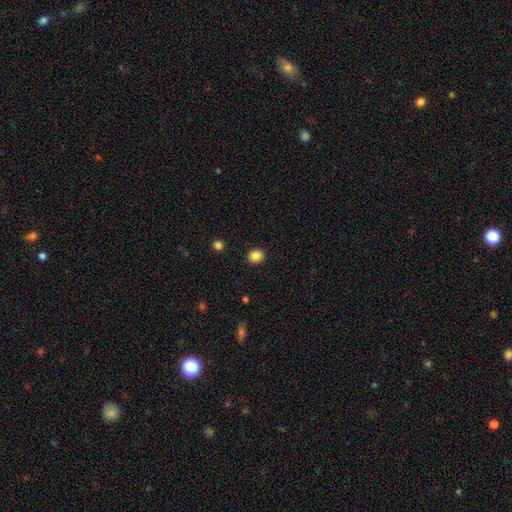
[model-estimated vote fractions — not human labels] Q: Smooth or featured?
A: smooth (86%); runner-up: star or artifact (10%)
Q: How rounded?
A: round (75%); runner-up: in between (24%)
Q: Merging?
A: none (91%); runner-up: minor disturbance (6%)